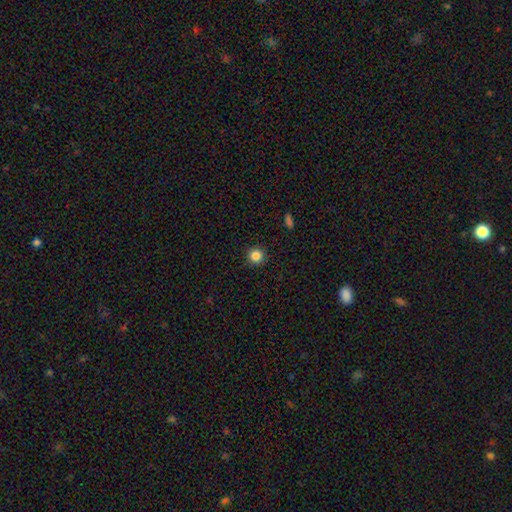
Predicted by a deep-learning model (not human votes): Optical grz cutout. It shows a smooth galaxy with no disk features (84%) that is round (95%). Merging: none (92%).